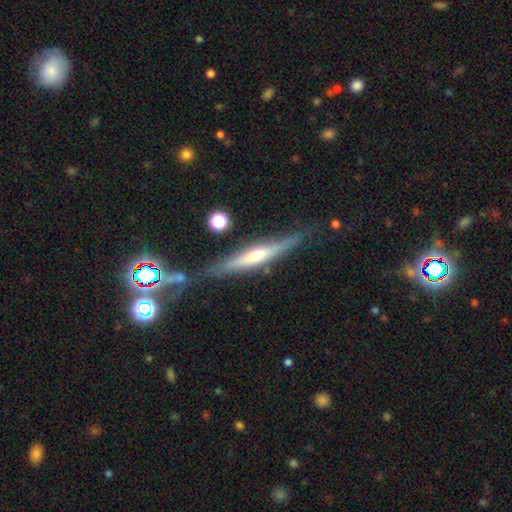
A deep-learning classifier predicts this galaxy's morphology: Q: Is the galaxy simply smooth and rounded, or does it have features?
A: featured or disk — 69%.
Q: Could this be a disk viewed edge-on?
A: yes — 95%.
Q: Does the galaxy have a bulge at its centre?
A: rounded — 66%.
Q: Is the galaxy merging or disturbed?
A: none — 77%.